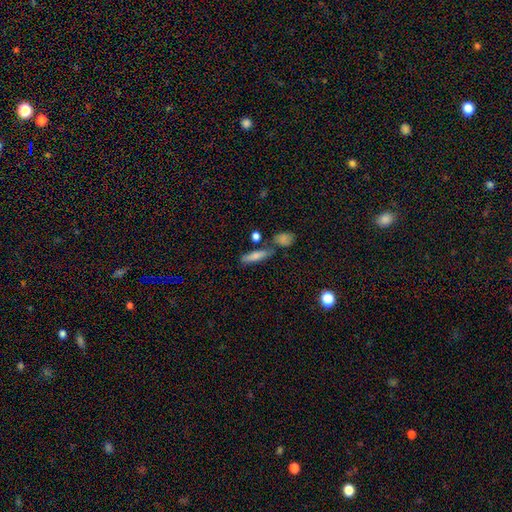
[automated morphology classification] A smooth galaxy with no disk features (74%) that is cigar-shaped (71%). Merging: none (65%).